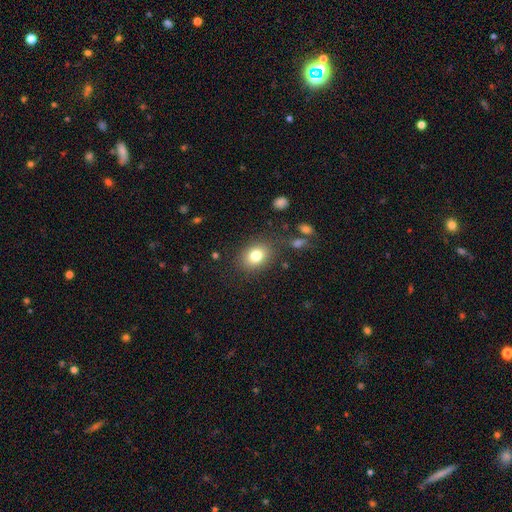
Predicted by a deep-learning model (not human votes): Overall: smooth (80%). How rounded: in between (60%; round 39%). Merging: none (82%).